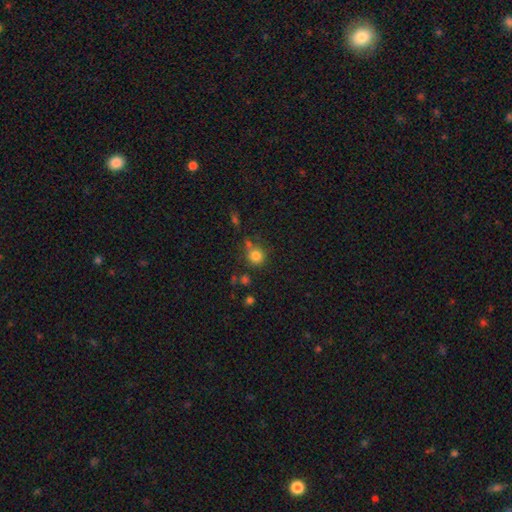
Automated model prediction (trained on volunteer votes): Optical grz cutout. It shows a smooth galaxy with no disk features (80%) that is round (88%). Merging: none (66%).